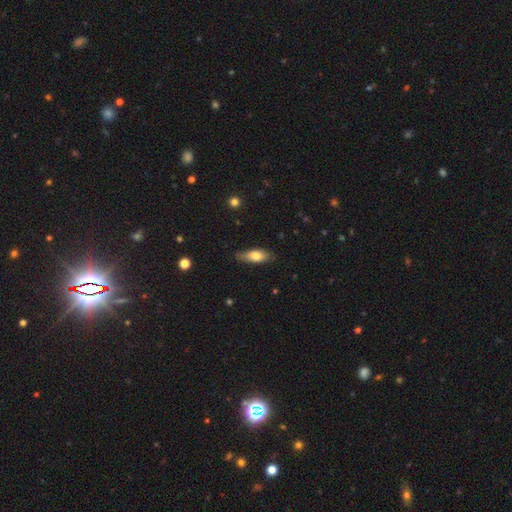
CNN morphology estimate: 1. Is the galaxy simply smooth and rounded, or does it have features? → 72% smooth, 22% featured or disk, 6% star or artifact.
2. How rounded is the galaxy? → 69% in between, 28% cigar-shaped, 3% round.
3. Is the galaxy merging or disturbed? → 76% none, 19% minor disturbance, 3% major disturbance, 1% merger.